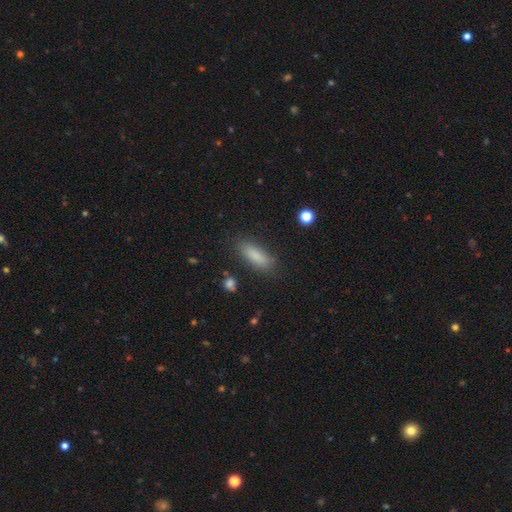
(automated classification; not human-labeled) Morphology: type=smooth (85%); roundness=in between (57%); merging=none (84%).